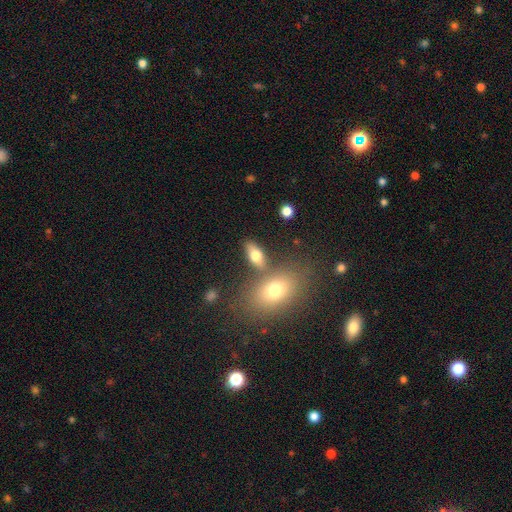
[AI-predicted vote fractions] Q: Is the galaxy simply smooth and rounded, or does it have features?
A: smooth — 71%.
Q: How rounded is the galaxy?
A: in between — 83%.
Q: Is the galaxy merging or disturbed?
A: none — 68%.